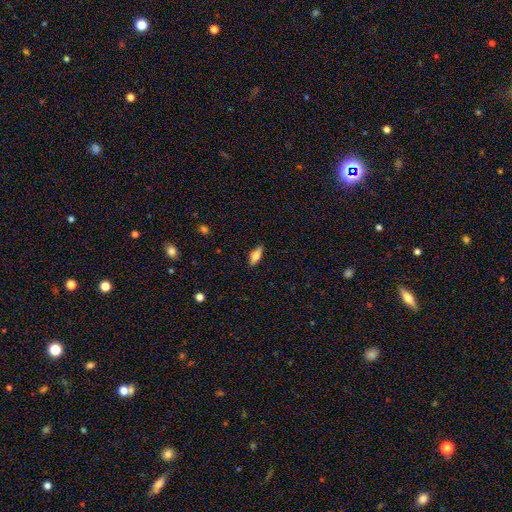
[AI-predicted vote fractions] Smooth or featured: smooth — 63% (featured or disk — 30%)
How rounded: in between — 68% (cigar-shaped — 29%)
Merging: none — 87% (minor disturbance — 10%)